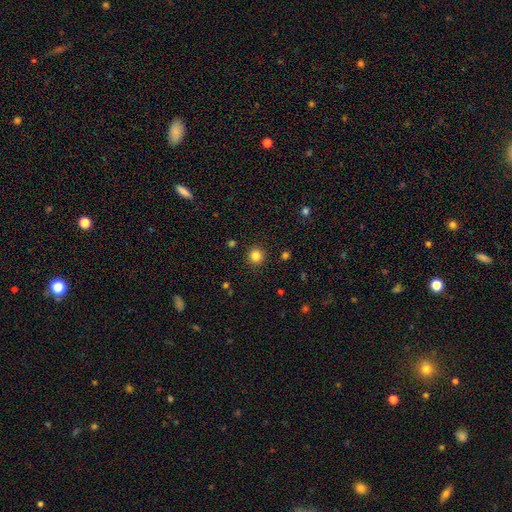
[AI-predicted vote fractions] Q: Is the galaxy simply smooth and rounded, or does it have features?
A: smooth — 83%.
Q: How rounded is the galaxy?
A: round — 94%.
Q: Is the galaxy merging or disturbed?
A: none — 92%.